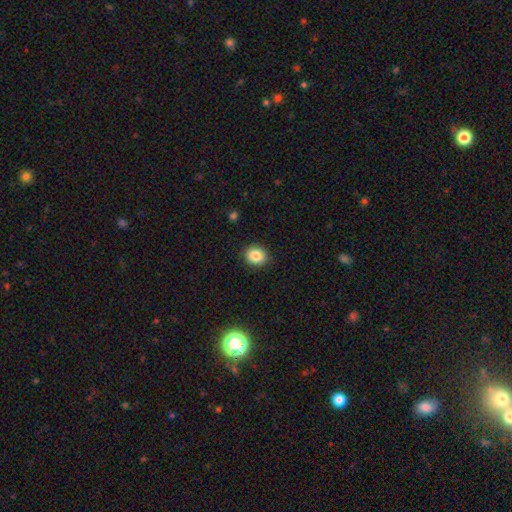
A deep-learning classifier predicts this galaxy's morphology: type=smooth (85%); roundness=round (65%); merging=none (89%).